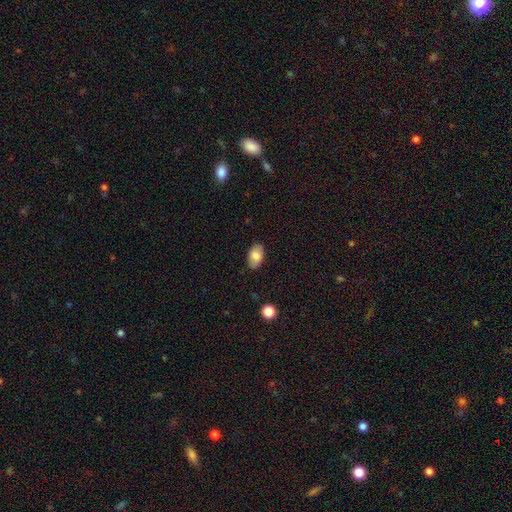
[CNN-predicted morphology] This appears to be a smooth galaxy with no disk features (82%) that is in between round and cigar-shaped (92%). Merging: none (85%).